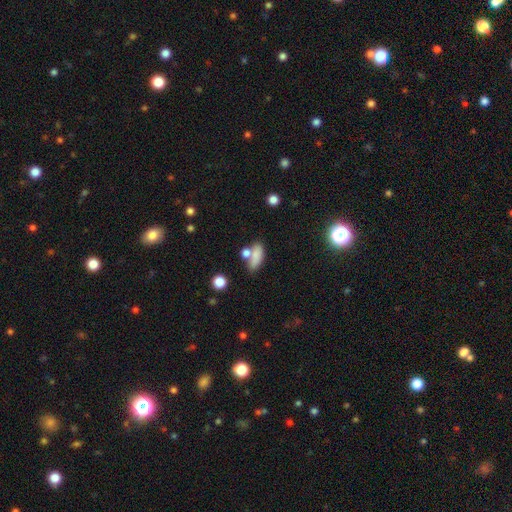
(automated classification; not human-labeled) Smooth or featured? smooth (76%)
How rounded? in between (73%)
Merging? none (44%)